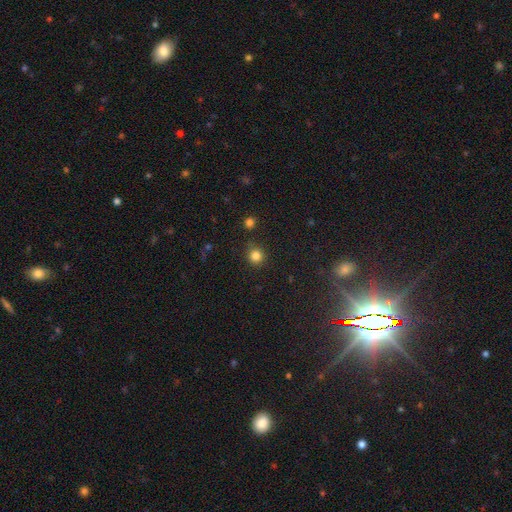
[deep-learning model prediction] Smooth or featured? Predicted: smooth (p=0.83). How rounded? Predicted: round (p=0.93). Merging? Predicted: none (p=0.85).